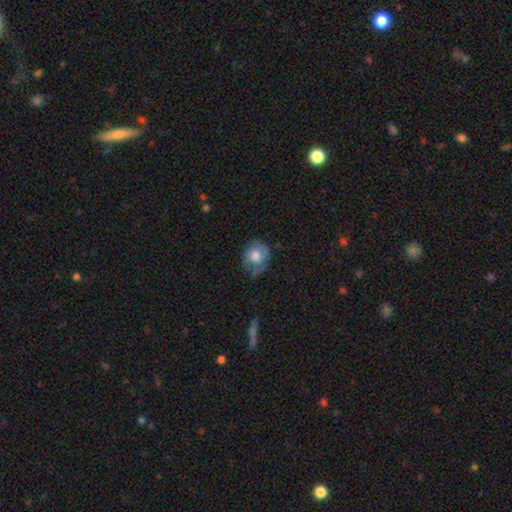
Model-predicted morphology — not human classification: Overall: smooth (60%; featured or disk 32%). How rounded: round (73%). Merging: none (50%; minor disturbance 32%).